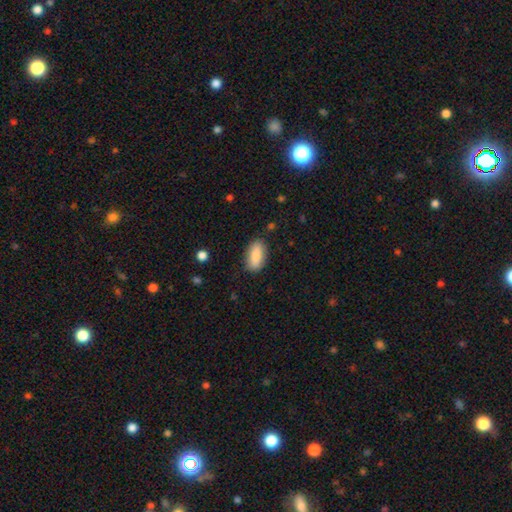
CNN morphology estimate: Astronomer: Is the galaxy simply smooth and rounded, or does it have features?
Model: smooth — 85%.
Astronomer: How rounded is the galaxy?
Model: in between — 87%.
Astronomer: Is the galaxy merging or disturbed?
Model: none — 84%.